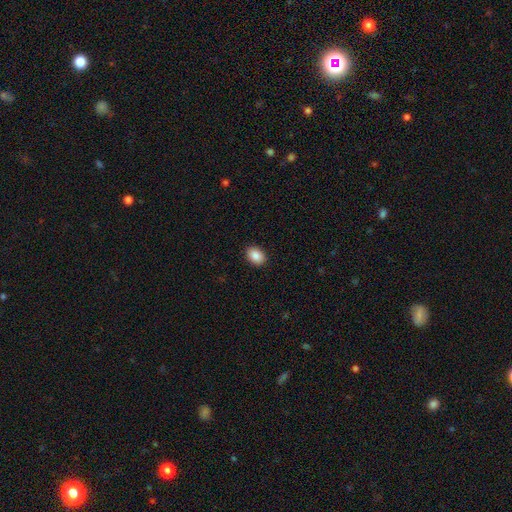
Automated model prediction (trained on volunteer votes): smooth-or-featured: smooth: 89% | star or artifact: 8% | featured or disk: 4%
  how-rounded: in between: 76% | round: 23% | cigar-shaped: 1%
  merging: none: 91% | minor disturbance: 7% | major disturbance: 2% | merger: 1%